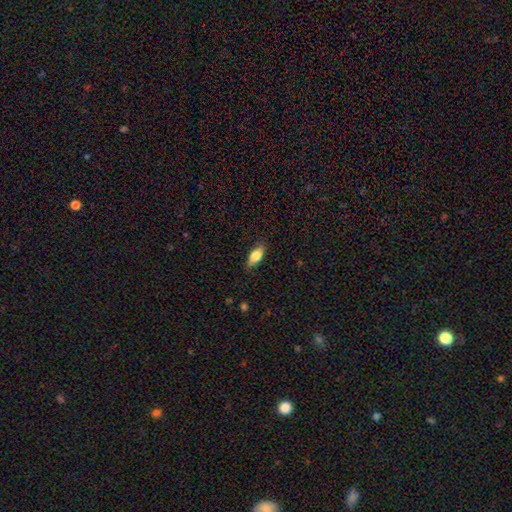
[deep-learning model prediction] A smooth galaxy with no disk features (79%) that is in between round and cigar-shaped (82%). Merging: none (81%).